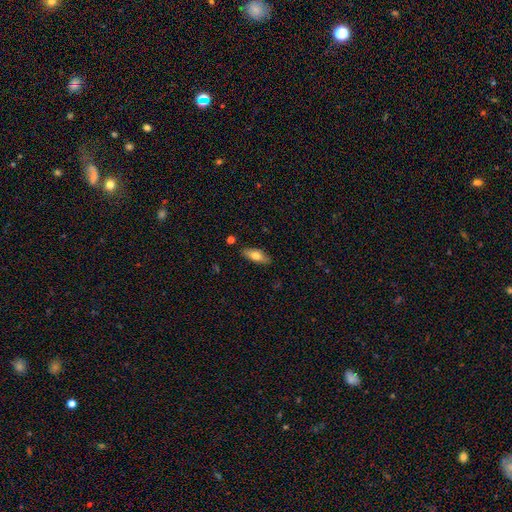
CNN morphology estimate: A smooth galaxy with no disk features (69%) that is in between round and cigar-shaped (71%).

Vote fractions:
- Smooth or featured? smooth: 69% / featured or disk: 24% / star or artifact: 7%
- How rounded? in between: 71% / cigar-shaped: 26% / round: 3%
- Merging? none: 85% / minor disturbance: 11% / major disturbance: 2% / merger: 2%